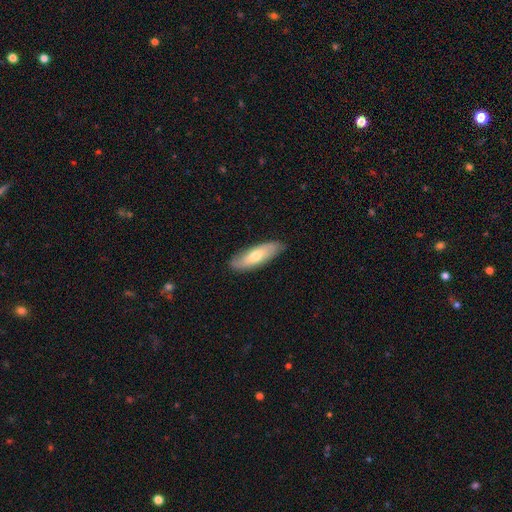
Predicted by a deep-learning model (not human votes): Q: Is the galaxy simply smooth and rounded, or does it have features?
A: smooth — 56%.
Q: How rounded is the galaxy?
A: in between — 53%.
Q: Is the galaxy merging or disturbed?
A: none — 85%.